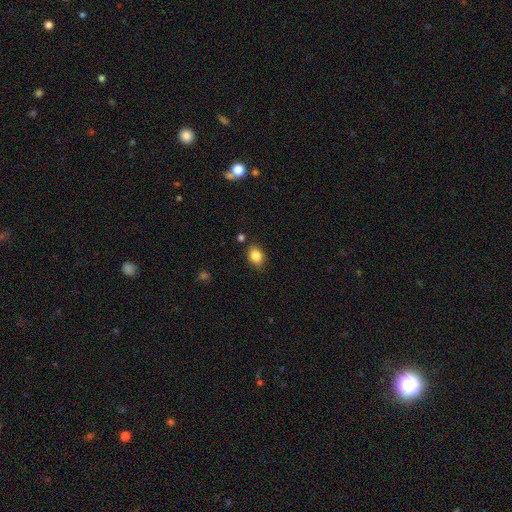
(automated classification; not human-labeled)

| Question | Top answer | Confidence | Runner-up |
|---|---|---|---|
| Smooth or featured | smooth | 84% | star or artifact (10%) |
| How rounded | in between | 60% | round (39%) |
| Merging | none | 81% | minor disturbance (13%) |